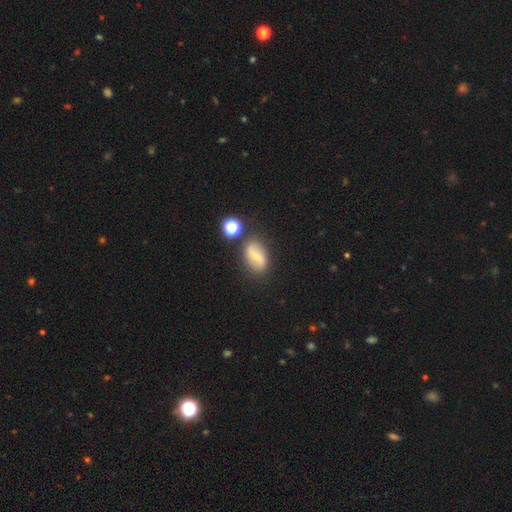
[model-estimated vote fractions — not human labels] This appears to be a smooth galaxy with no disk features (45%). Merging: none (73%).